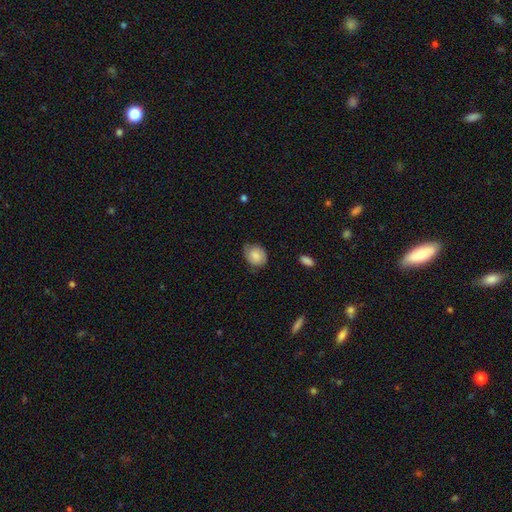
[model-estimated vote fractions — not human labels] This is likely a smooth galaxy (63%). How rounded: possibly round (55%). Merging: likely none (66%).